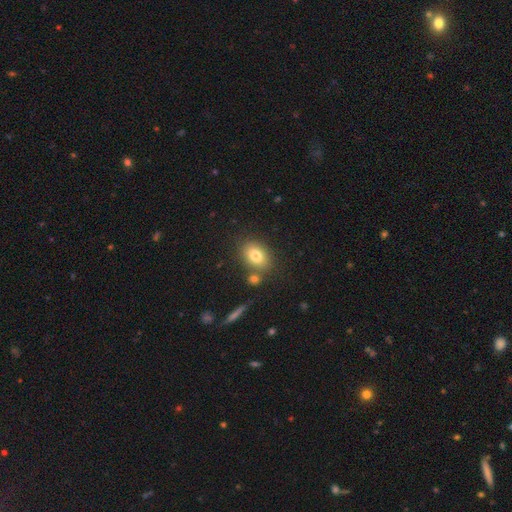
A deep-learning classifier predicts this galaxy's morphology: Smooth or featured: smooth — 79% (featured or disk — 11%)
How rounded: in between — 76% (round — 22%)
Merging: none — 73% (minor disturbance — 12%)